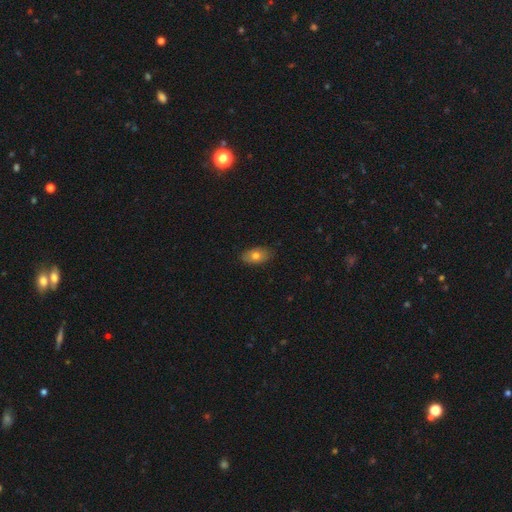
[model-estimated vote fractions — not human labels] The model was most divided on "smooth or featured": smooth: 76%, featured or disk: 16%, star or artifact: 8%. More confident: how rounded — in between (89%); merging — none (85%).